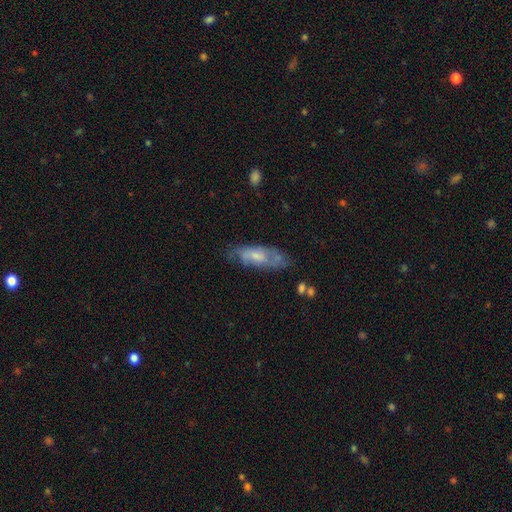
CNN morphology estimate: Q: Smooth or featured?
A: featured or disk (47%); runner-up: smooth (46%)
Q: Merging?
A: none (53%); runner-up: minor disturbance (29%)